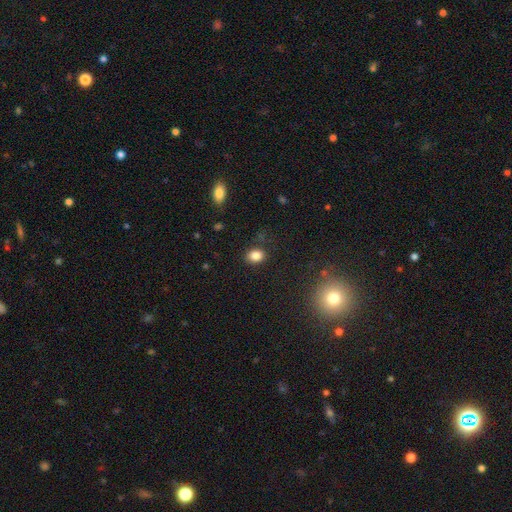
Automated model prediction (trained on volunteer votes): A smooth galaxy with no disk features (85%) that is in between round and cigar-shaped (63%). Merging: none (83%).